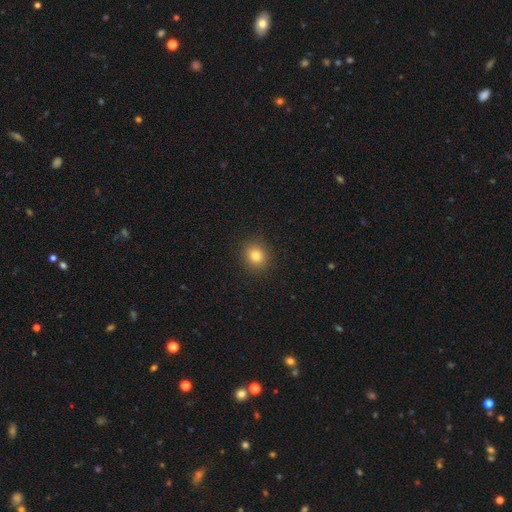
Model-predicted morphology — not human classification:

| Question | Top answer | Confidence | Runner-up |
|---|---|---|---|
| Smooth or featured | smooth | 81% | star or artifact (13%) |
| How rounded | round | 81% | in between (18%) |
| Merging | none | 91% | minor disturbance (6%) |